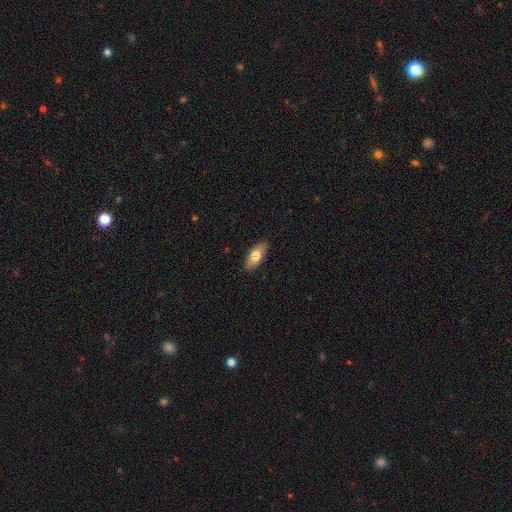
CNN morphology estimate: smooth_or_featured: smooth (p=0.72) [alt: featured or disk p=0.22]
how_rounded: in between (p=0.85) [alt: cigar-shaped p=0.12]
merging: none (p=0.89) [alt: minor disturbance p=0.09]